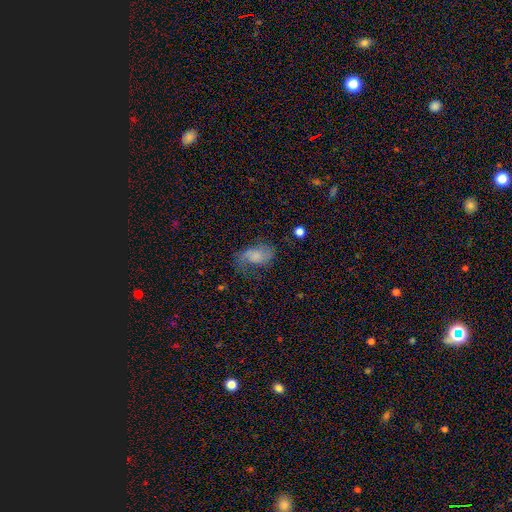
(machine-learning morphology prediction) type=smooth (48%); merging=none (40%).